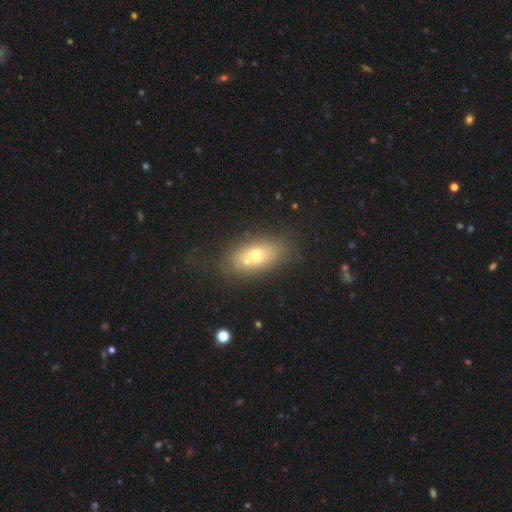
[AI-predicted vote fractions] This appears to be a smooth galaxy with no disk features (61%) that is in between round and cigar-shaped (79%). Merging: none (53%).